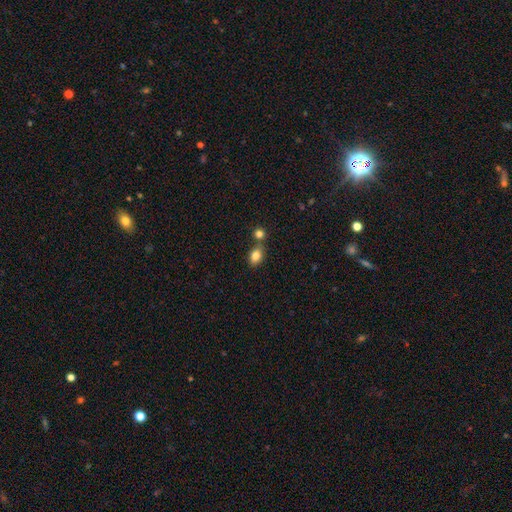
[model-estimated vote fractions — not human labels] Smooth or featured? Predicted: smooth (p=0.83). How rounded? Predicted: in between (p=0.72). Merging? Predicted: none (p=0.60).